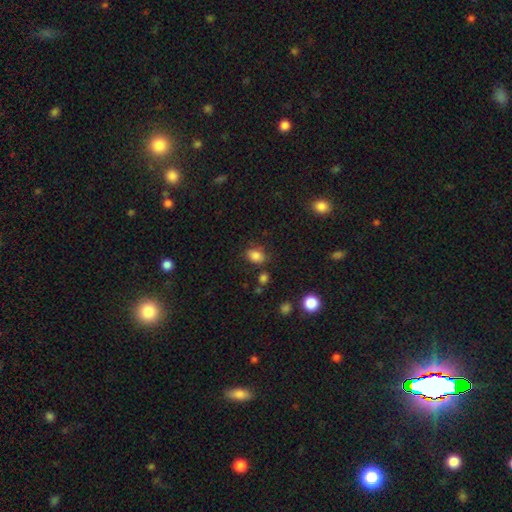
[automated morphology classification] smooth_or_featured: smooth (p=0.82) [alt: star or artifact p=0.11]
how_rounded: in between (p=0.74) [alt: round p=0.25]
merging: none (p=0.73) [alt: minor disturbance p=0.17]